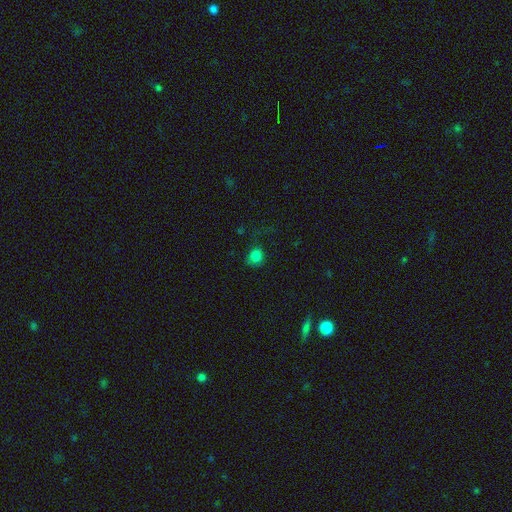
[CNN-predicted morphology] This appears to be a smooth galaxy with no disk features (81%) that is round (80%). Merging: none (65%).